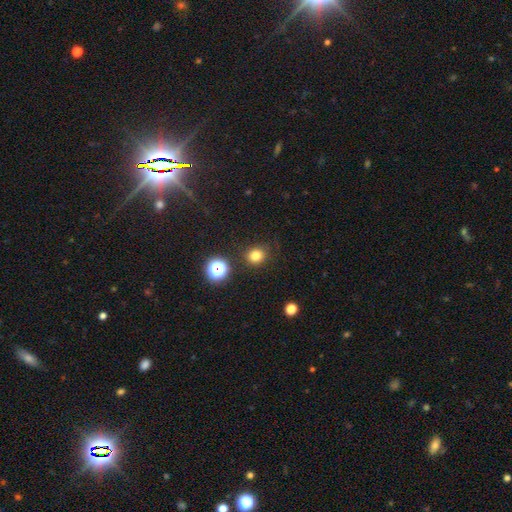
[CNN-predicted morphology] Q: Smooth or featured?
A: smooth (78%); runner-up: star or artifact (16%)
Q: How rounded?
A: round (83%); runner-up: in between (16%)
Q: Merging?
A: none (84%); runner-up: minor disturbance (10%)